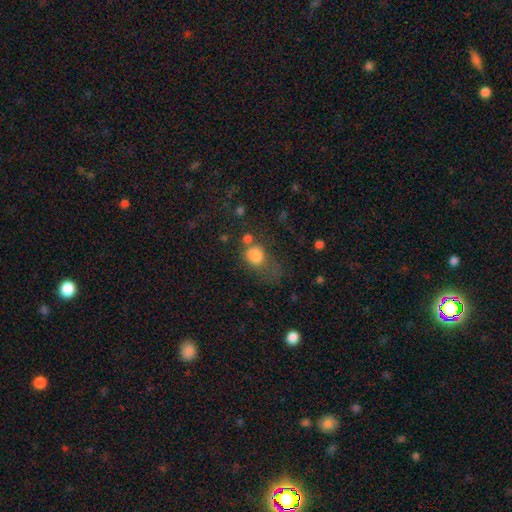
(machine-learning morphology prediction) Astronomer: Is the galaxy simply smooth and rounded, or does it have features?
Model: smooth — 79%.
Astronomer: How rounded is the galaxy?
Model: round — 62%.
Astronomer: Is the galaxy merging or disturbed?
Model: none — 32% (runner-up: major disturbance, 28%).